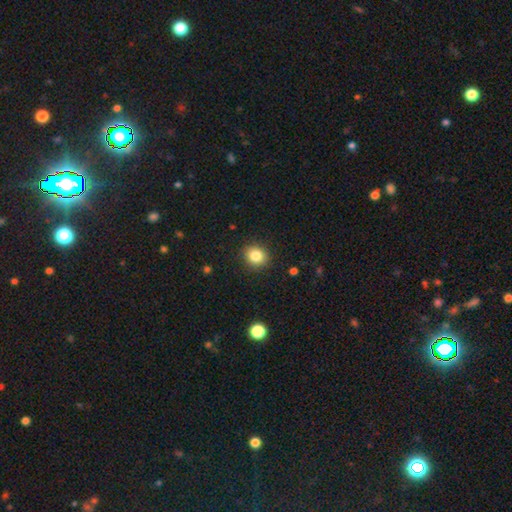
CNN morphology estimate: The model was most divided on "how rounded": round: 82%, in between: 17%, cigar-shaped: 1%. More confident: merging — none (90%); smooth or featured — smooth (84%).